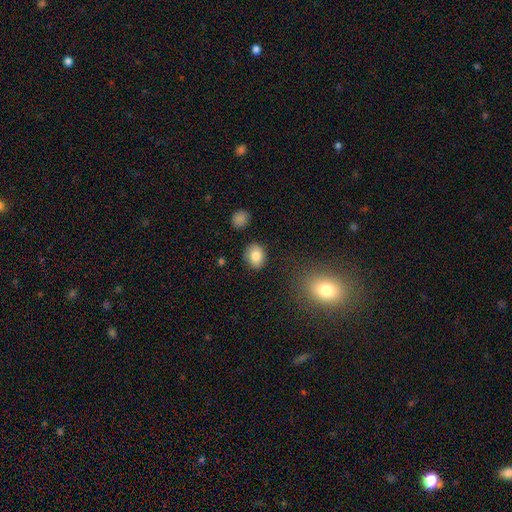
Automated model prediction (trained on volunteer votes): The model was most divided on "how rounded": round: 56%, in between: 43%, cigar-shaped: 1%. More confident: merging — none (85%); smooth or featured — smooth (83%).